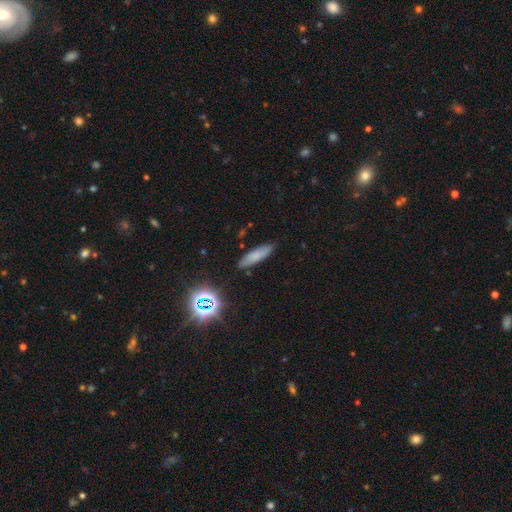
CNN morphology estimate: smooth 73%, featured or disk 14%, star or artifact 12%. Down the decision tree: how rounded — cigar-shaped (65%); merging — none (85%).